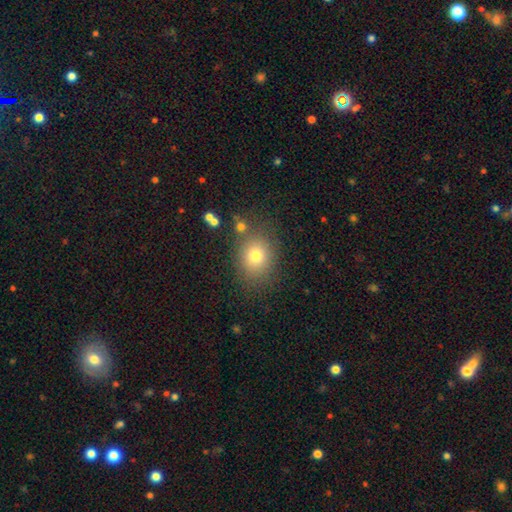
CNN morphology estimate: This appears to be a smooth galaxy with no disk features (75%) that is round (59%). Merging: none (78%).